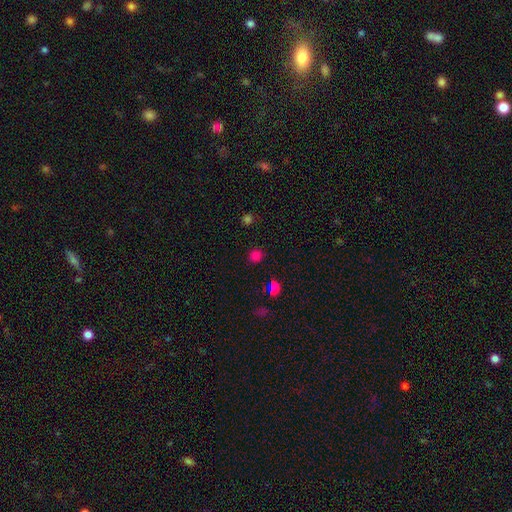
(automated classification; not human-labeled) A smooth galaxy with no disk features (74%) that is round (88%).

Vote fractions:
- Smooth or featured? smooth: 74% / star or artifact: 22% / featured or disk: 4%
- How rounded? round: 88% / in between: 11% / cigar-shaped: 1%
- Merging? none: 87% / minor disturbance: 8% / major disturbance: 3% / merger: 2%